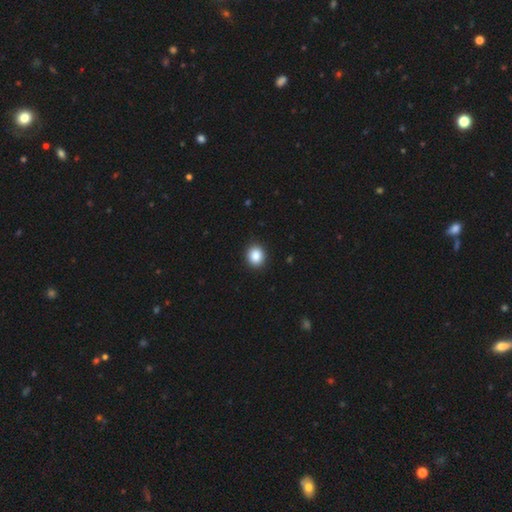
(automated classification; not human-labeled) Smooth or featured? Predicted: smooth (p=0.88). How rounded? Predicted: round (p=0.73). Merging? Predicted: none (p=0.91).